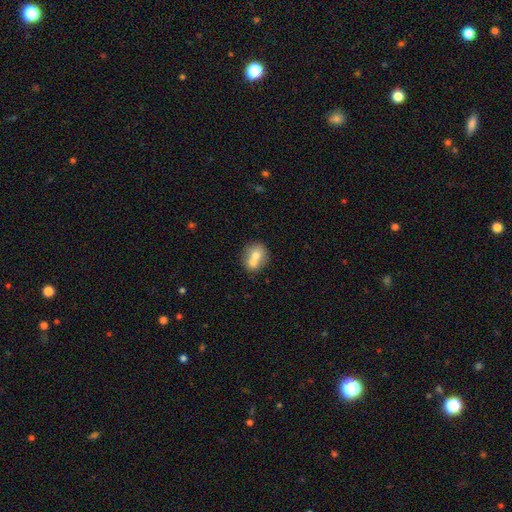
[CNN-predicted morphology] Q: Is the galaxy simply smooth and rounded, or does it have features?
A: smooth — 67%.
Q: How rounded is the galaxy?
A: round — 69%.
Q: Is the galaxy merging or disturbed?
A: merger — 60%.